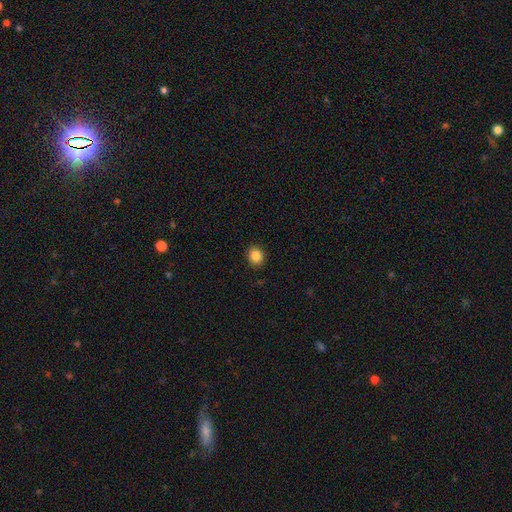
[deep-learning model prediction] Overall: smooth (86%). How rounded: round (66%; in between 33%). Merging: none (91%).